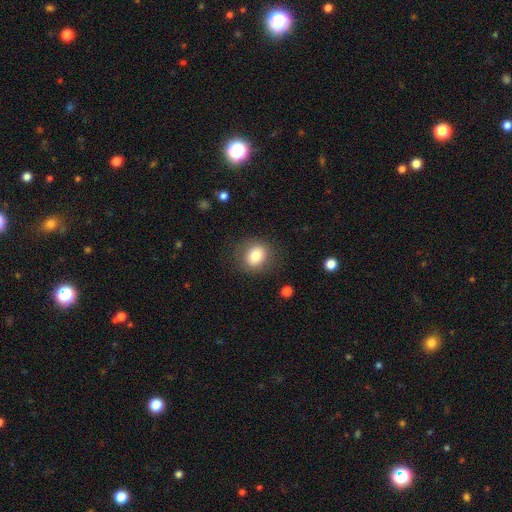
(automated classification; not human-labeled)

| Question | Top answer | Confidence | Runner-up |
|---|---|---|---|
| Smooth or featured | smooth | 80% | featured or disk (11%) |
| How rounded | round | 69% | in between (30%) |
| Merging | none | 83% | minor disturbance (11%) |